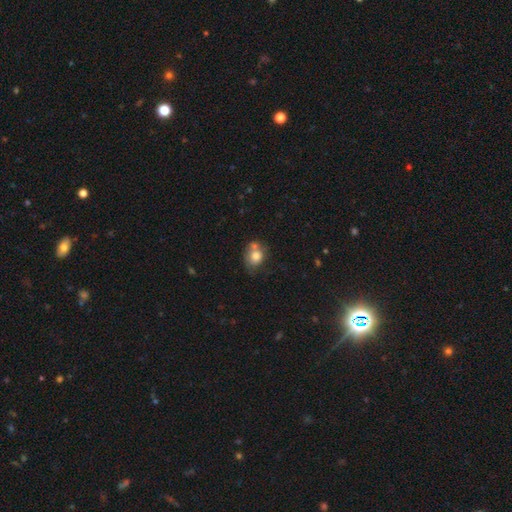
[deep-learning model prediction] This appears to be a smooth galaxy with no disk features (76%) that is round (55%). Merging: none (43%).